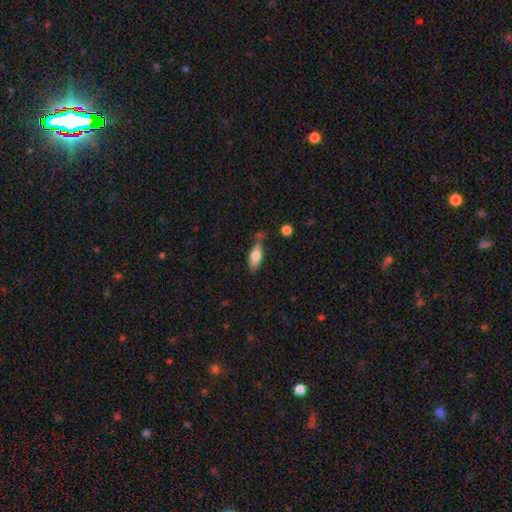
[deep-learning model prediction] Smooth or featured? smooth (74%)
How rounded? in between (71%)
Merging? none (62%)